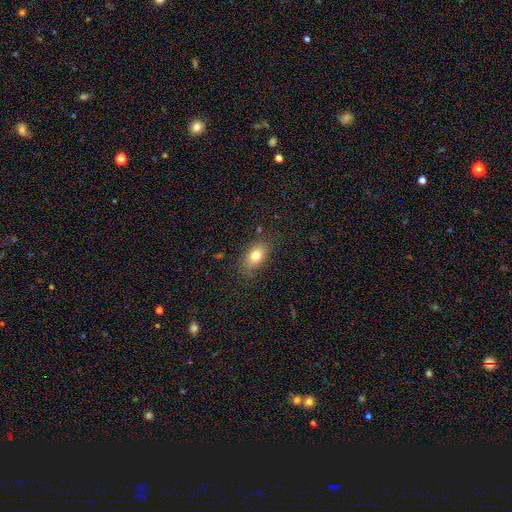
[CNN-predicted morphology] Smooth or featured?
  - smooth: 79% *
  - featured or disk: 11%
  - star or artifact: 9%
How rounded?
  - in between: 85% *
  - round: 12%
  - cigar-shaped: 3%
Merging?
  - none: 81% *
  - minor disturbance: 13%
  - major disturbance: 4%
  - merger: 1%